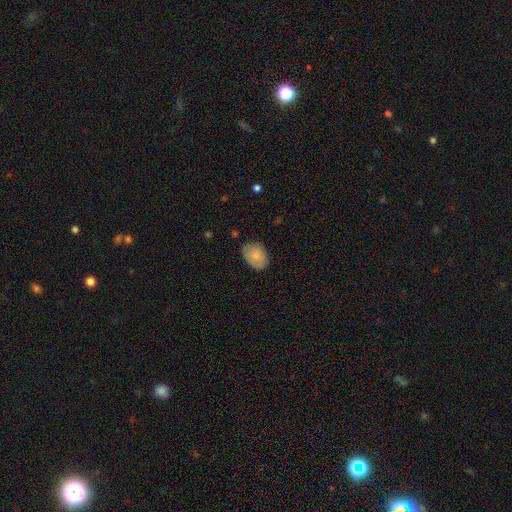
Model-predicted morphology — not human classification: Smooth or featured?
  - smooth: 70% *
  - featured or disk: 23%
  - star or artifact: 7%
How rounded?
  - in between: 76% *
  - round: 23%
  - cigar-shaped: 1%
Merging?
  - none: 69% *
  - minor disturbance: 25%
  - major disturbance: 5%
  - merger: 1%